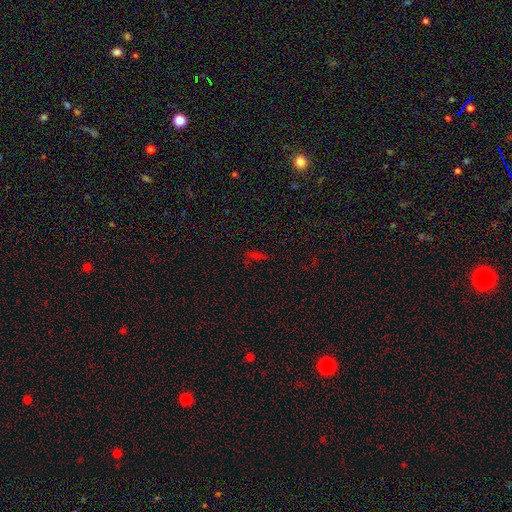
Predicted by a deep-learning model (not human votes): smooth_or_featured: star or artifact (p=0.47) [alt: smooth p=0.43]